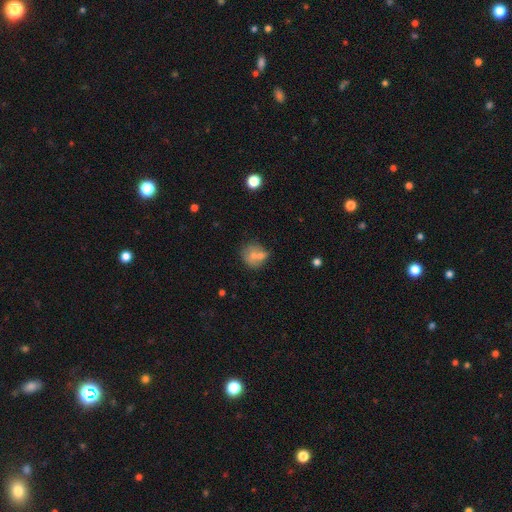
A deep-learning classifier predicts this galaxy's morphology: Smooth or featured? smooth (63%)
How rounded? round (69%)
Merging? none (39%)